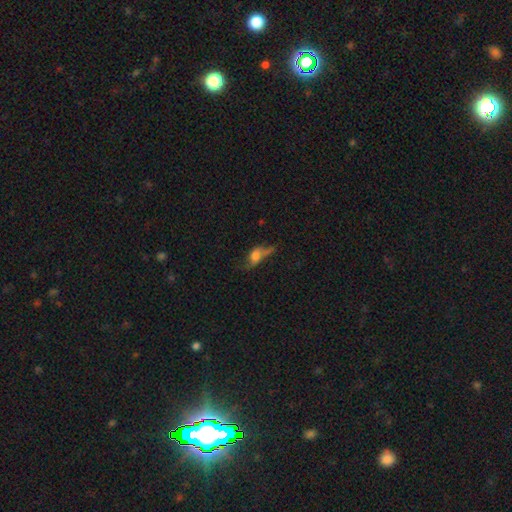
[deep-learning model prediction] smooth_or_featured: smooth (p=0.51) [alt: featured or disk p=0.36]
how_rounded: in between (p=0.74) [alt: cigar-shaped p=0.13]
merging: major disturbance (p=0.37) [alt: none p=0.29]